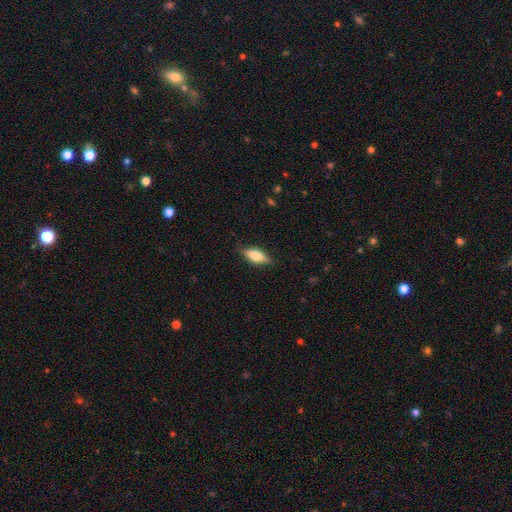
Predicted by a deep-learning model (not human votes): A smooth galaxy with no disk features (60%) that is in between round and cigar-shaped (65%).

Vote fractions:
- Smooth or featured? smooth: 60% / featured or disk: 33% / star or artifact: 7%
- How rounded? in between: 65% / cigar-shaped: 32% / round: 3%
- Merging? none: 85% / minor disturbance: 12% / major disturbance: 2% / merger: 1%